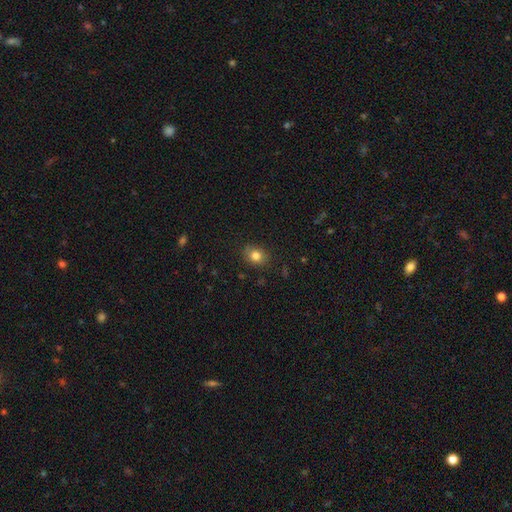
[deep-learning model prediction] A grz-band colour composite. It shows a smooth galaxy with no disk features (81%) that is round (54%). Merging: none (82%).